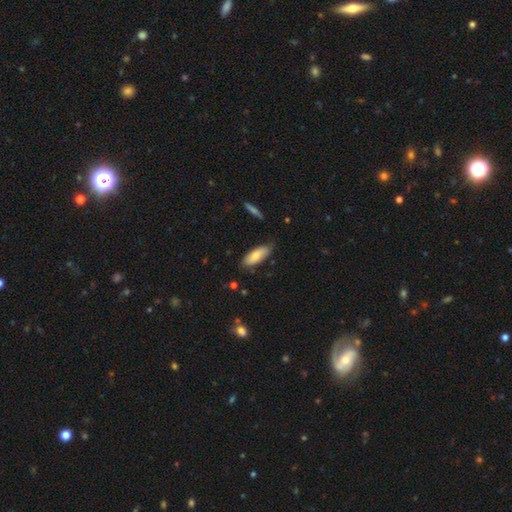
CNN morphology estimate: This appears to be a smooth galaxy with no disk features (76%) that is in between round and cigar-shaped (73%). Merging: none (78%).